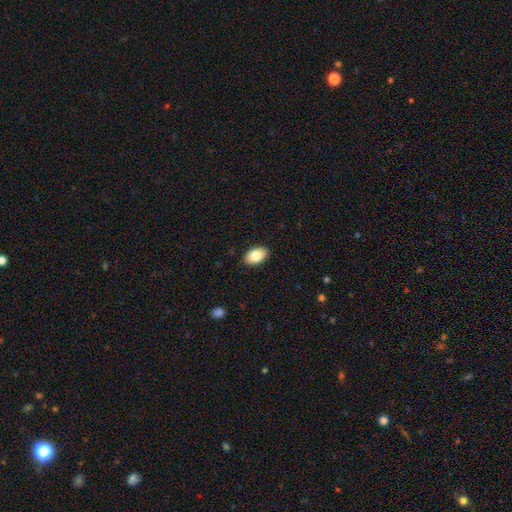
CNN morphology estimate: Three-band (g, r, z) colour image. It shows a smooth galaxy with no disk features (84%) that is in between round and cigar-shaped (93%). Merging: none (89%).